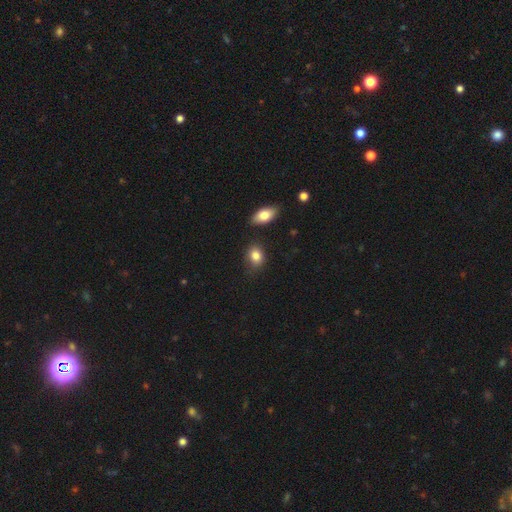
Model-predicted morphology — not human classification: type=smooth (84%); roundness=in between (60%); merging=none (74%).